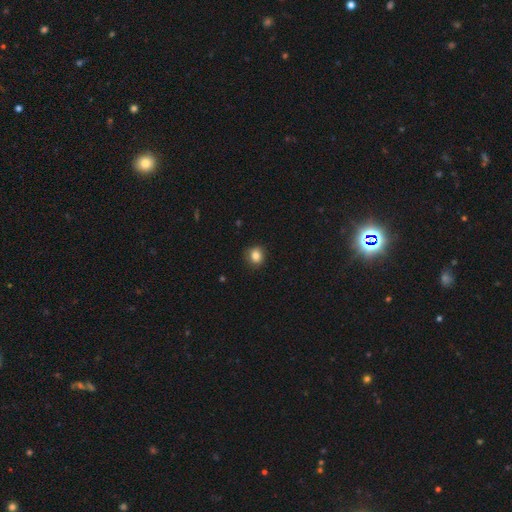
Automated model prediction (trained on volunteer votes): Smooth or featured?
  - smooth: 83% *
  - star or artifact: 10%
  - featured or disk: 7%
How rounded?
  - round: 81% *
  - in between: 19%
  - cigar-shaped: 1%
Merging?
  - none: 85% *
  - minor disturbance: 11%
  - major disturbance: 2%
  - merger: 1%